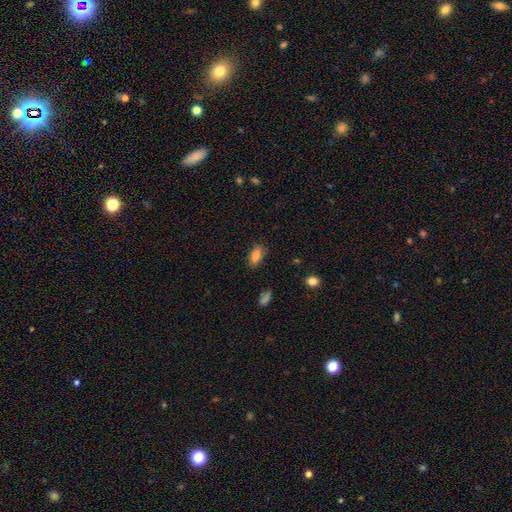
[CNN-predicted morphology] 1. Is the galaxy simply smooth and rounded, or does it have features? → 84% smooth, 9% star or artifact, 8% featured or disk.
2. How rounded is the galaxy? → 86% in between, 10% cigar-shaped, 4% round.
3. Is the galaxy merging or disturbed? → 80% none, 15% minor disturbance, 3% major disturbance, 2% merger.